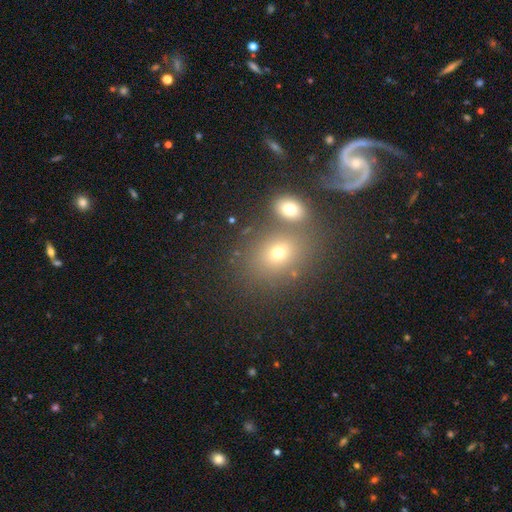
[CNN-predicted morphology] Smooth or featured: featured or disk — 44% (smooth — 39%)
Merging: none — 69% (merger — 15%)